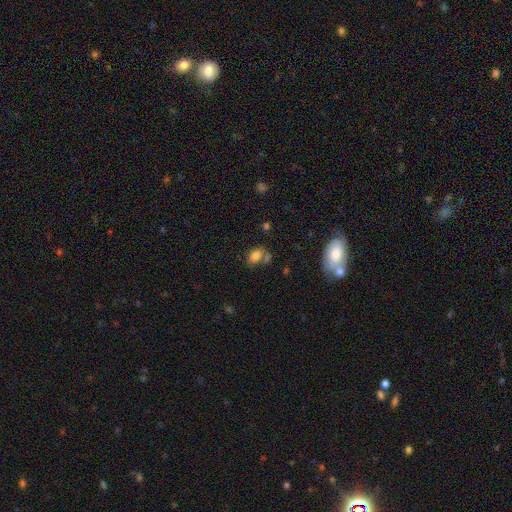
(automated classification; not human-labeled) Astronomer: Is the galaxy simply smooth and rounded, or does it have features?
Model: smooth — 79%.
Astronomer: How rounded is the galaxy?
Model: in between — 81%.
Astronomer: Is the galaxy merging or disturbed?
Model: none — 54%.